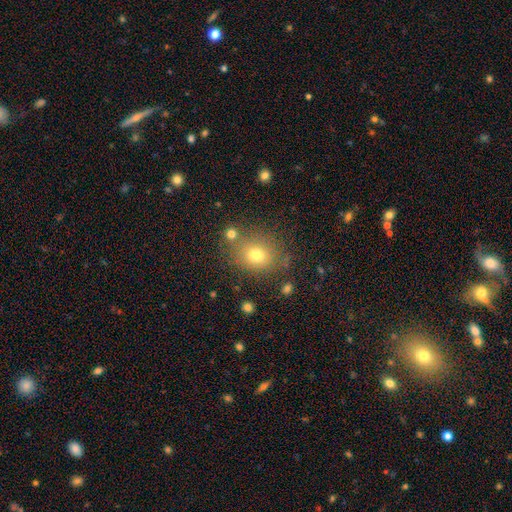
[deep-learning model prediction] smooth-or-featured: smooth: 74% | star or artifact: 15% | featured or disk: 11%
  how-rounded: round: 63% | in between: 36% | cigar-shaped: 1%
  merging: none: 77% | minor disturbance: 12% | merger: 7% | major disturbance: 4%